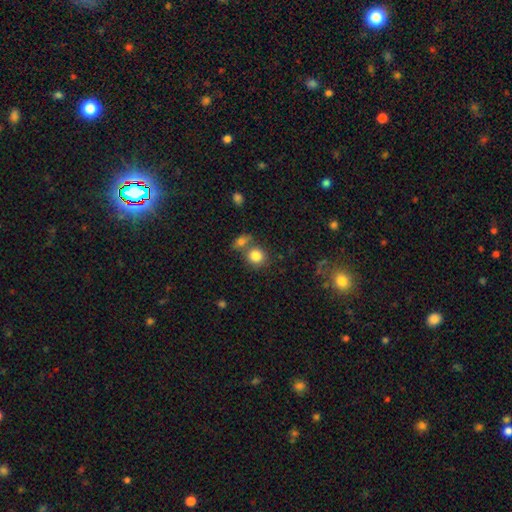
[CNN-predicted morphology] Smooth or featured? smooth (83%)
How rounded? round (82%)
Merging? none (58%)